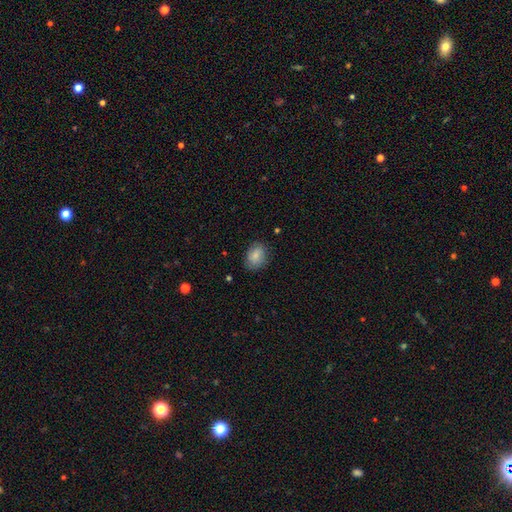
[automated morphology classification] Smooth or featured? smooth (79%)
How rounded? in between (66%)
Merging? none (77%)